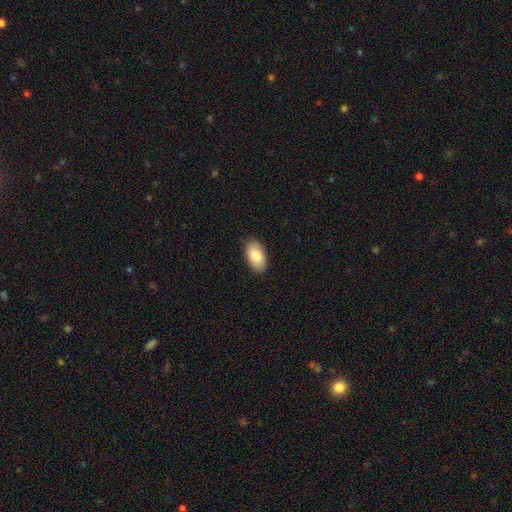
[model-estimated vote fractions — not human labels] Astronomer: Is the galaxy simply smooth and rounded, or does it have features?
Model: smooth — 86%.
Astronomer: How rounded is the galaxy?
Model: in between — 95%.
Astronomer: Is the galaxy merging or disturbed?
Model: none — 89%.